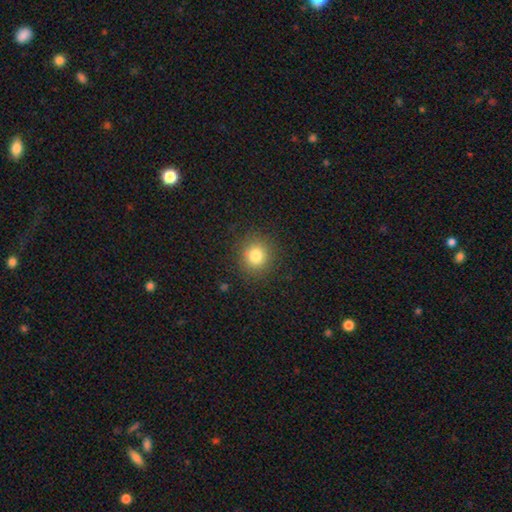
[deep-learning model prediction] smooth-or-featured: smooth: 81% | star or artifact: 12% | featured or disk: 7%
  how-rounded: round: 88% | in between: 11% | cigar-shaped: 1%
  merging: none: 89% | minor disturbance: 7% | major disturbance: 3% | merger: 1%